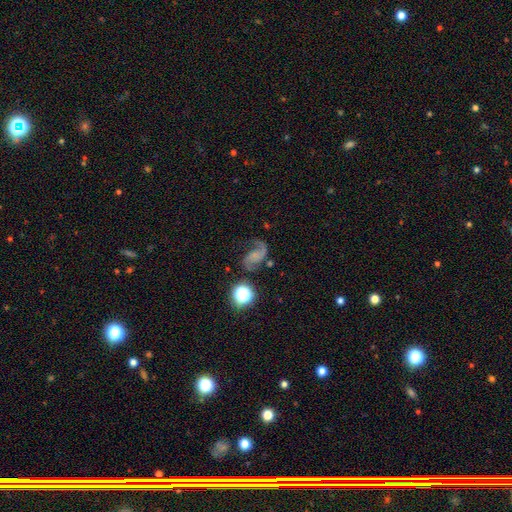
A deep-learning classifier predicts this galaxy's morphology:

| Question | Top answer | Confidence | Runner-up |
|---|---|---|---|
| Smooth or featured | featured or disk | 79% | star or artifact (10%) |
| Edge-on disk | no | 98% | yes (2%) |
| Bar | no | 57% | weak (33%) |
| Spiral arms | yes | 96% | no (4%) |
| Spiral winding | loose | 64% | medium (30%) |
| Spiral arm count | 2 | 84% | 1 (11%) |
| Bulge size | none | 57% | small (24%) |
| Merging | none | 57% | minor disturbance (20%) |